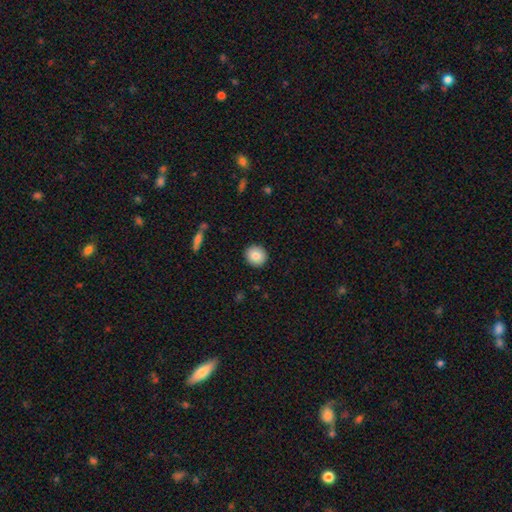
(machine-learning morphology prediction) smooth 85%, star or artifact 8%, featured or disk 7%. Down the decision tree: how rounded — round (90%); merging — none (92%).